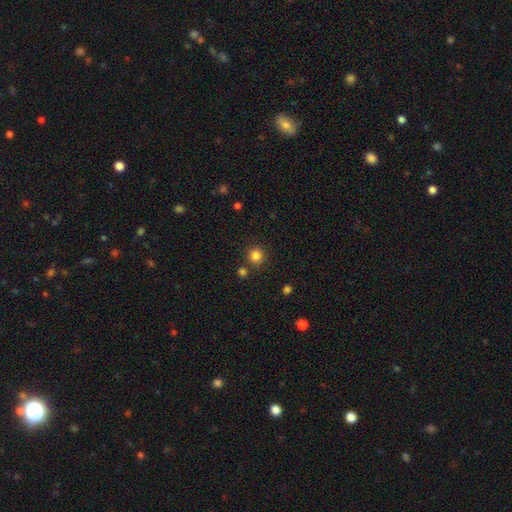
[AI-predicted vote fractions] This appears to be a smooth galaxy with no disk features (83%) that is round (93%). Merging: none (84%).